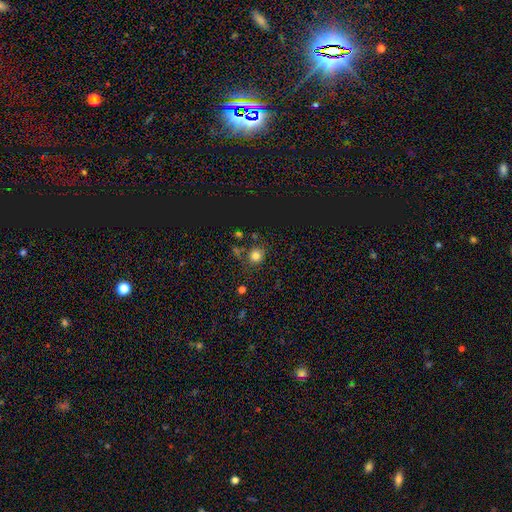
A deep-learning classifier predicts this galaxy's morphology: Smooth or featured: smooth — 75% (star or artifact — 18%)
How rounded: round — 86% (in between — 13%)
Merging: none — 75% (minor disturbance — 12%)